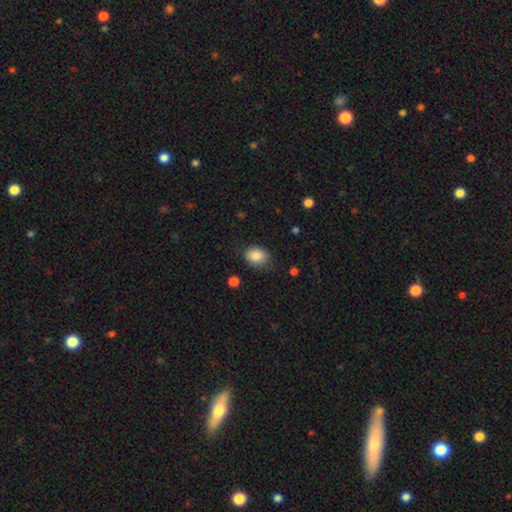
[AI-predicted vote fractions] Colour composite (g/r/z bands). It shows a smooth galaxy with no disk features (84%) that is in between round and cigar-shaped (59%). Merging: none (75%).